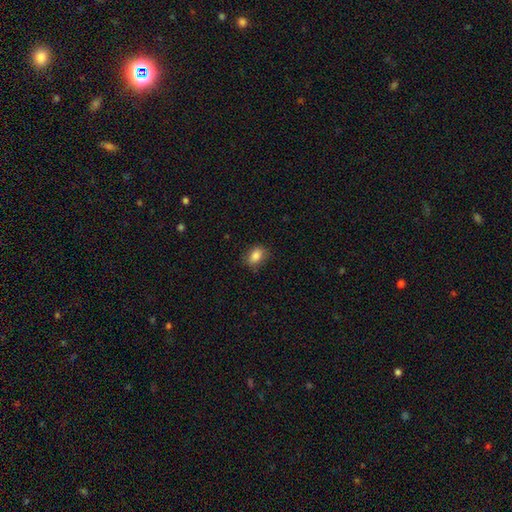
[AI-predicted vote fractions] The model was most divided on "how rounded": in between: 77%, round: 22%, cigar-shaped: 2%. More confident: smooth or featured — smooth (85%); merging — none (79%).